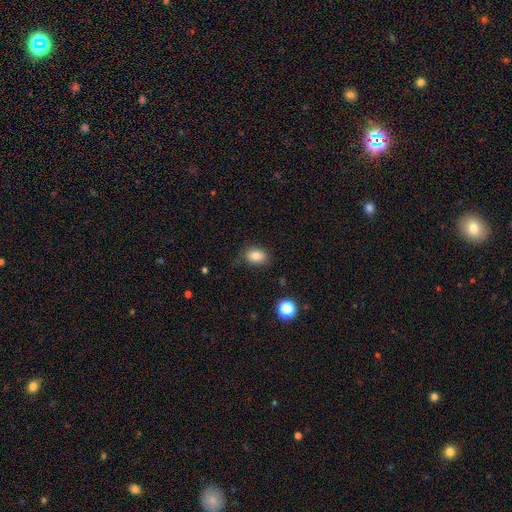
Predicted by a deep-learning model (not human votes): smooth-or-featured: smooth: 83% | star or artifact: 10% | featured or disk: 7%
  how-rounded: in between: 75% | round: 24% | cigar-shaped: 1%
  merging: none: 78% | minor disturbance: 16% | major disturbance: 4% | merger: 1%